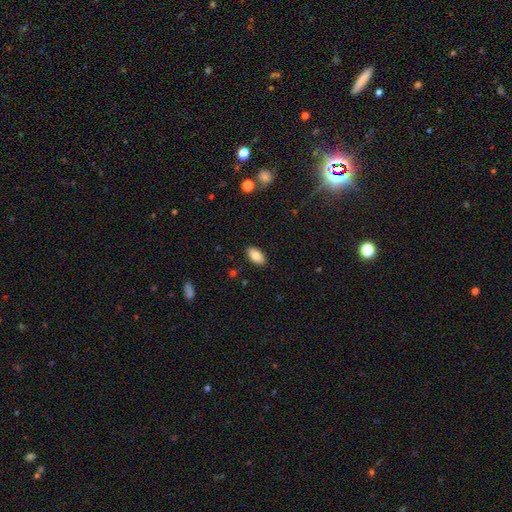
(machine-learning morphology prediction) This is clearly a smooth galaxy (83%). How rounded: clearly in between (94%). Merging: clearly none (89%).